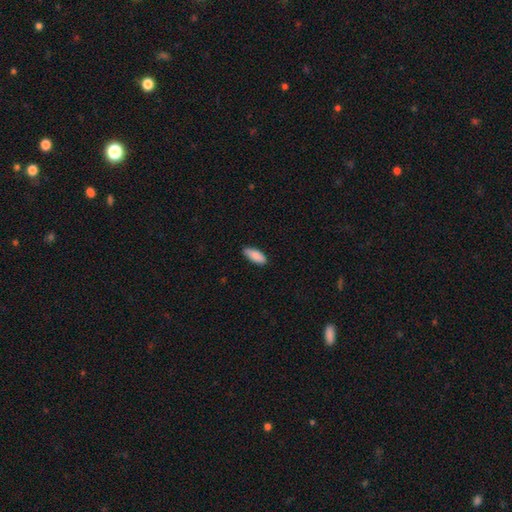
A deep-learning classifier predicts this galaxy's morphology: smooth-or-featured: smooth: 88% | featured or disk: 6% | star or artifact: 6%
  how-rounded: in between: 81% | cigar-shaped: 17% | round: 2%
  merging: none: 84% | minor disturbance: 13% | major disturbance: 2% | merger: 1%